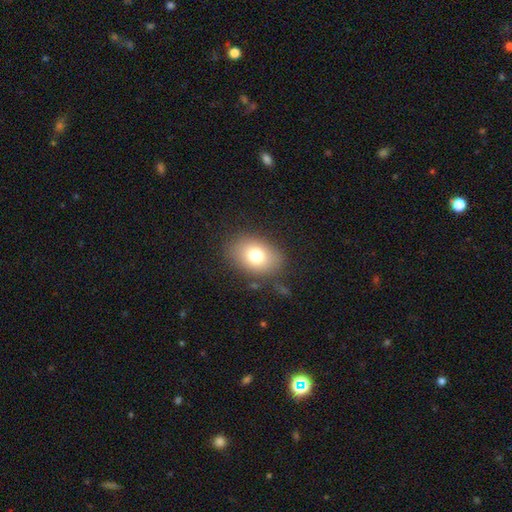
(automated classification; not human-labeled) Smooth or featured?
  - smooth: 76% *
  - featured or disk: 13%
  - star or artifact: 11%
How rounded?
  - in between: 73% *
  - round: 26%
  - cigar-shaped: 1%
Merging?
  - none: 82% *
  - minor disturbance: 12%
  - major disturbance: 5%
  - merger: 2%